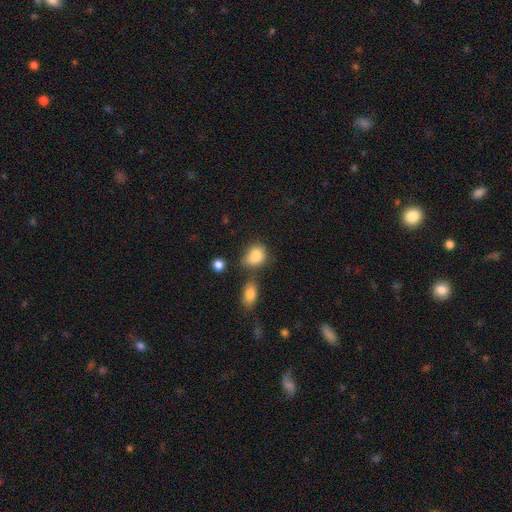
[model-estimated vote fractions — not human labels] Q: Smooth or featured?
A: smooth (83%); runner-up: star or artifact (9%)
Q: How rounded?
A: in between (63%); runner-up: round (35%)
Q: Merging?
A: none (42%); runner-up: minor disturbance (28%)